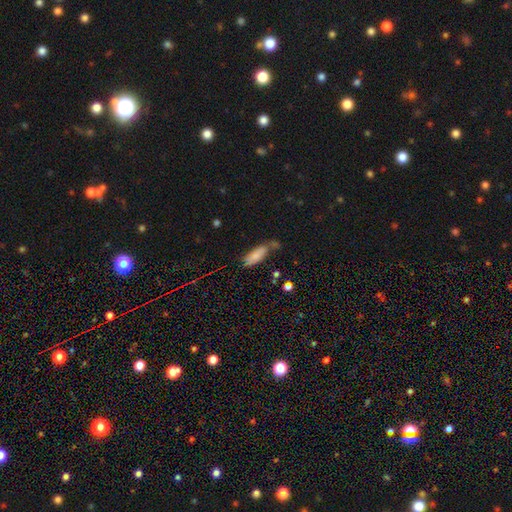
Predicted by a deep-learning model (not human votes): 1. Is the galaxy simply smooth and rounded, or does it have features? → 79% smooth, 13% featured or disk, 8% star or artifact.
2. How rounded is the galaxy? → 69% in between, 28% cigar-shaped, 2% round.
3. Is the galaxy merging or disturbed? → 47% none, 28% minor disturbance, 13% merger, 11% major disturbance.